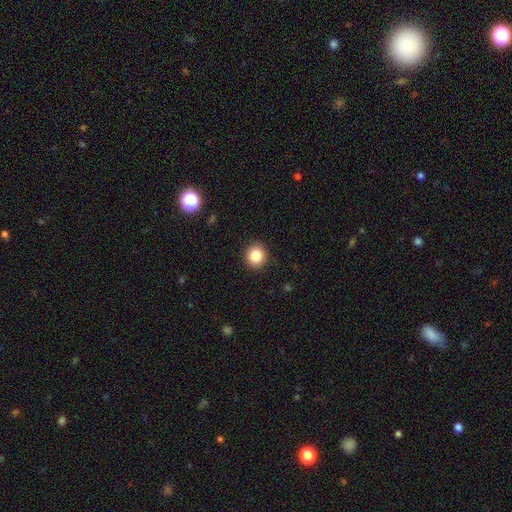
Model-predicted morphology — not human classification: The model was most divided on "smooth or featured": smooth: 85%, star or artifact: 10%, featured or disk: 5%. More confident: merging — none (91%); how rounded — round (88%).